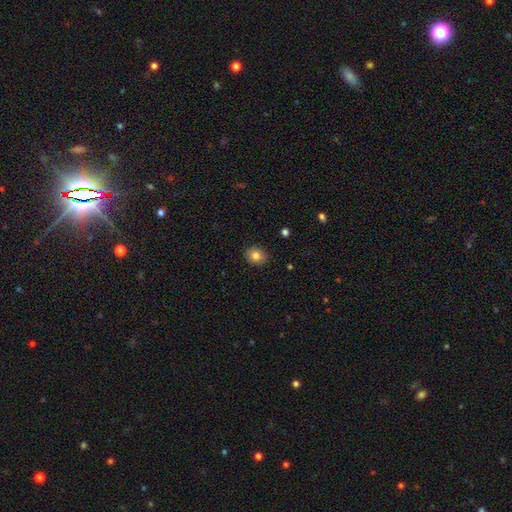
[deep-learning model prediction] This appears to be a smooth galaxy with no disk features (82%) that is round (63%). Merging: none (89%).